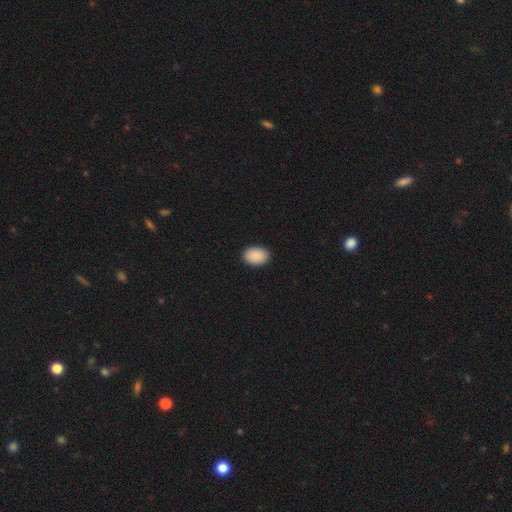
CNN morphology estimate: Q: Smooth or featured?
A: smooth (91%); runner-up: star or artifact (7%)
Q: How rounded?
A: in between (85%); runner-up: round (14%)
Q: Merging?
A: none (91%); runner-up: minor disturbance (7%)